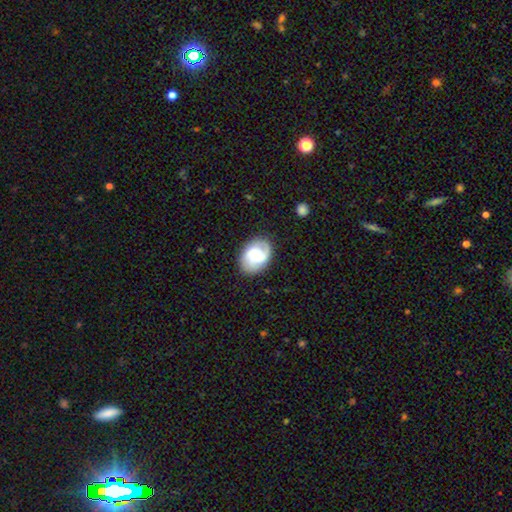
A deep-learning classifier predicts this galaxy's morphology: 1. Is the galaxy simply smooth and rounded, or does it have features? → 61% featured or disk, 32% smooth, 7% star or artifact.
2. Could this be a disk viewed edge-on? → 97% no, 3% yes.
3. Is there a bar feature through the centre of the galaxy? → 52% no, 40% weak, 8% strong.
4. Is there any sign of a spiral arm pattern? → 92% yes, 8% no.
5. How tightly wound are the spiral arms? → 46% medium, 32% tight, 22% loose.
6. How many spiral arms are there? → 72% 2, 11% can't tell, 7% 3, 6% 1, 2% 4, 2% more than 4.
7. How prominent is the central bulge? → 43% small, 38% moderate, 10% large, 6% none, 3% dominant.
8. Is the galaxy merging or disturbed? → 80% none, 14% minor disturbance, 5% major disturbance, 1% merger.